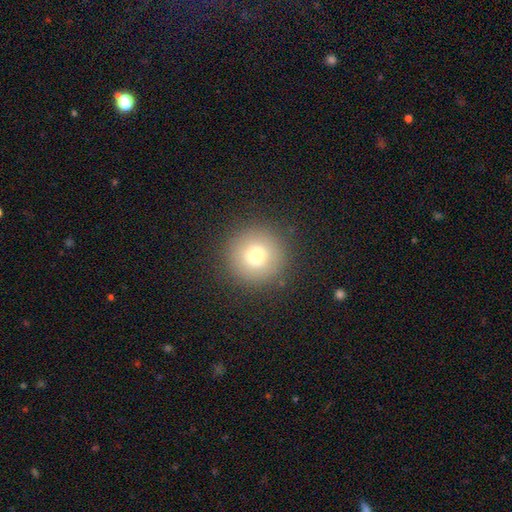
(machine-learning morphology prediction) type=smooth (75%); roundness=round (96%); merging=none (90%).